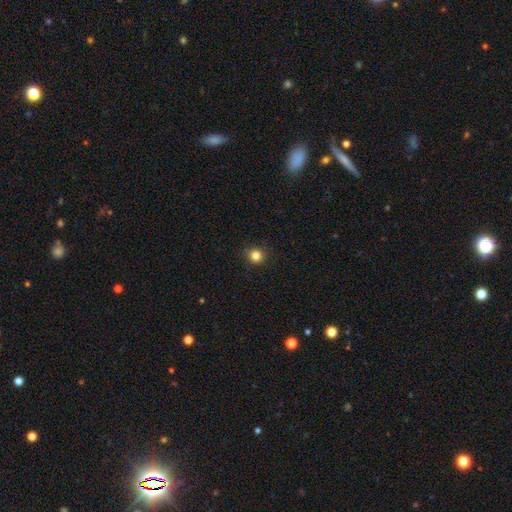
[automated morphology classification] Smooth or featured? smooth (83%)
How rounded? round (93%)
Merging? none (90%)